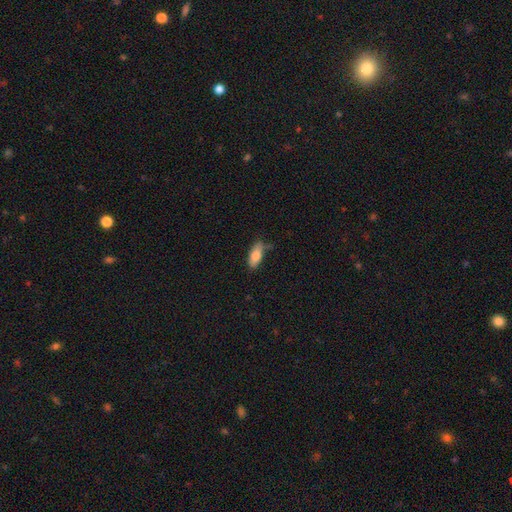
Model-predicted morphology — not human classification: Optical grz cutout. It shows a smooth galaxy with no disk features (79%) that is in between round and cigar-shaped (80%). Merging: none (67%).